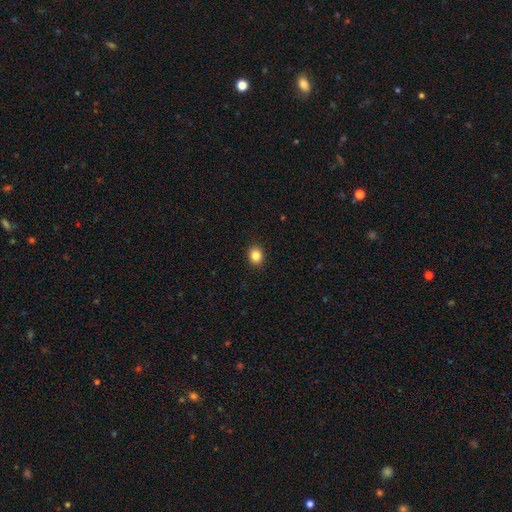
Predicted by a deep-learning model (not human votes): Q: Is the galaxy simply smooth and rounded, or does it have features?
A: smooth — 85%.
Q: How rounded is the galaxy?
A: round — 58%.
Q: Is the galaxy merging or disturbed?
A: none — 91%.